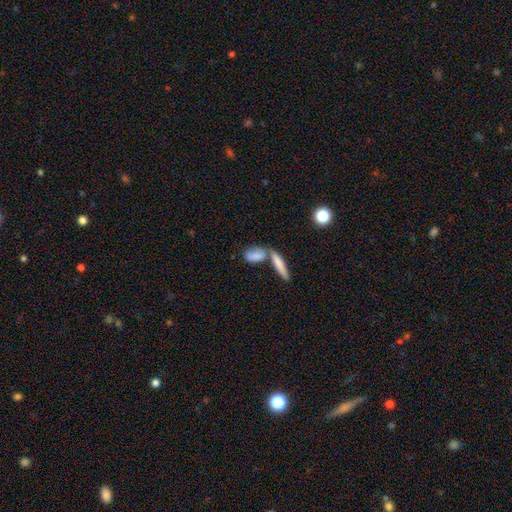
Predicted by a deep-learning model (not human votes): Smooth or featured? smooth (77%)
How rounded? in between (62%)
Merging? none (44%)